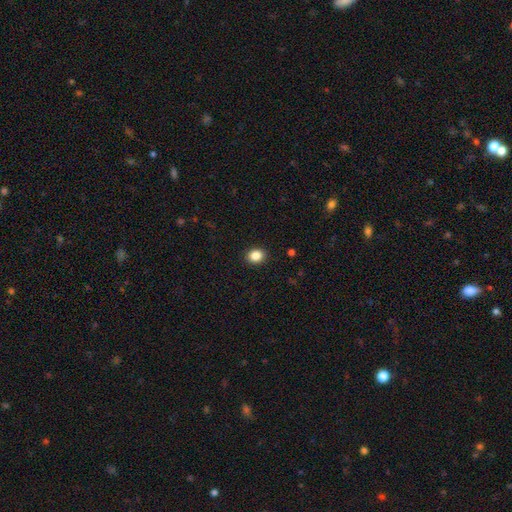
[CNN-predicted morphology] Q: Smooth or featured?
A: smooth (85%); runner-up: star or artifact (10%)
Q: How rounded?
A: round (63%); runner-up: in between (36%)
Q: Merging?
A: none (91%); runner-up: minor disturbance (6%)